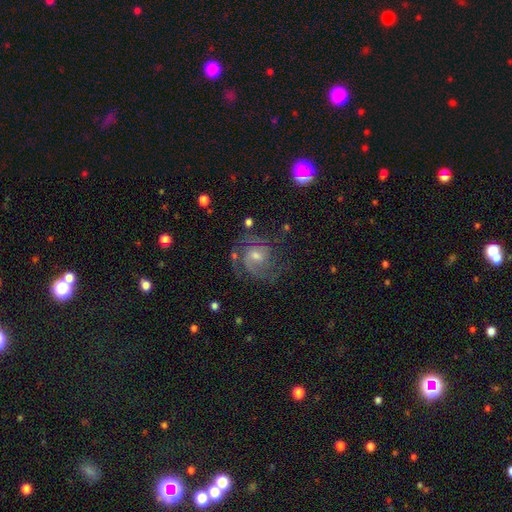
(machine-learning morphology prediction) The model was most divided on "spiral winding": medium: 45%, tight: 44%, loose: 11%. Remaining: edge-on disk — no (98%); spiral arms — yes (96%); smooth or featured — featured or disk (85%); merging — none (69%); spiral arm count — 2 (52%); bar — weak (48%); bulge size — moderate (47%).